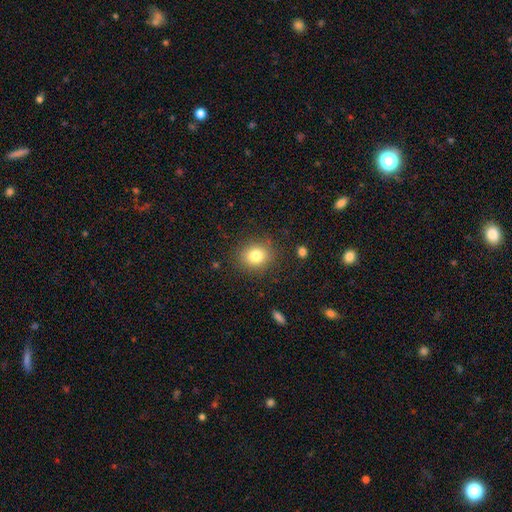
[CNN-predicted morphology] A smooth galaxy with no disk features (80%) that is round (71%). Merging: none (86%).